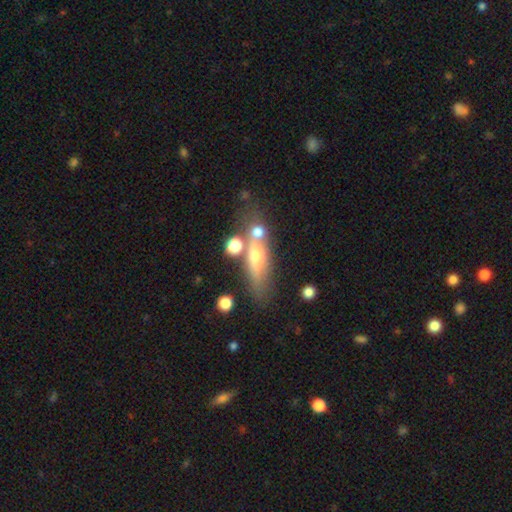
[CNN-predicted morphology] The model was most divided on "smooth or featured": smooth: 49%, featured or disk: 39%, star or artifact: 11%. More confident: merging — none (56%).